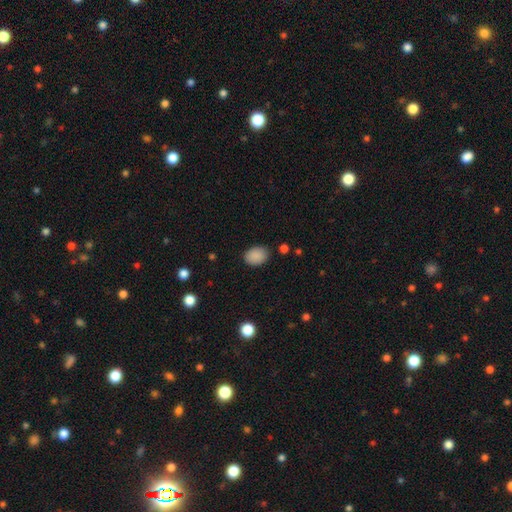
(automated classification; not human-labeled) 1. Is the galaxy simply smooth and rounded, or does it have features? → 88% smooth, 9% star or artifact, 3% featured or disk.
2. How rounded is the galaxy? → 74% in between, 25% round, 1% cigar-shaped.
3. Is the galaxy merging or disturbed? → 84% none, 12% minor disturbance, 3% major disturbance, 1% merger.